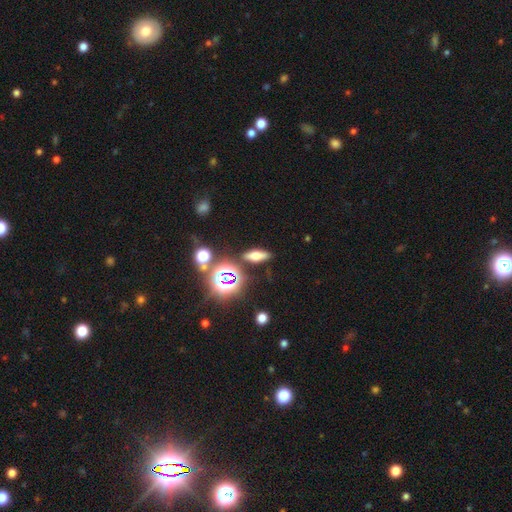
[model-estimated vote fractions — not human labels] A smooth galaxy with no disk features (52%) that is in between round and cigar-shaped (52%). Merging: none (84%).